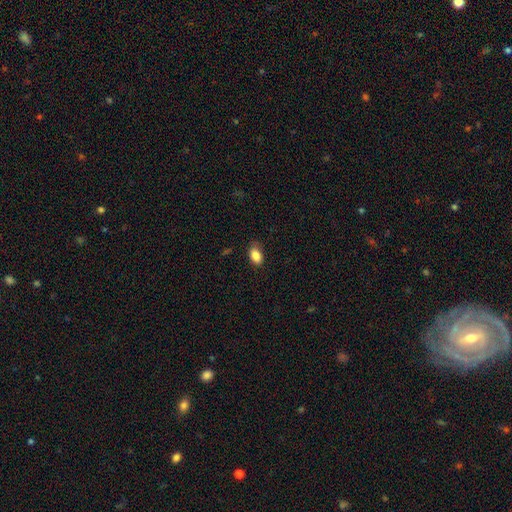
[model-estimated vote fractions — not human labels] A smooth galaxy with no disk features (86%) that is in between round and cigar-shaped (88%).

Vote fractions:
- Smooth or featured? smooth: 86% / star or artifact: 8% / featured or disk: 5%
- How rounded? in between: 88% / round: 10% / cigar-shaped: 2%
- Merging? none: 76% / minor disturbance: 19% / major disturbance: 4% / merger: 1%